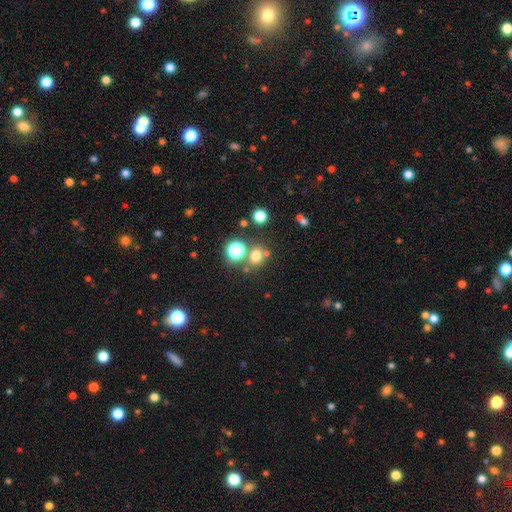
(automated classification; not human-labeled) Q: Smooth or featured?
A: smooth (67%); runner-up: star or artifact (24%)
Q: How rounded?
A: round (74%); runner-up: in between (25%)
Q: Merging?
A: none (67%); runner-up: merger (19%)